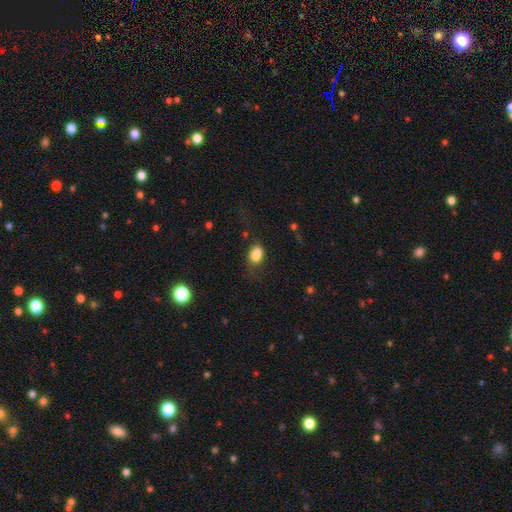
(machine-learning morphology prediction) Smooth or featured?
  - smooth: 84% *
  - star or artifact: 9%
  - featured or disk: 7%
How rounded?
  - in between: 80% *
  - round: 19%
  - cigar-shaped: 2%
Merging?
  - none: 52% *
  - minor disturbance: 27%
  - major disturbance: 17%
  - merger: 3%